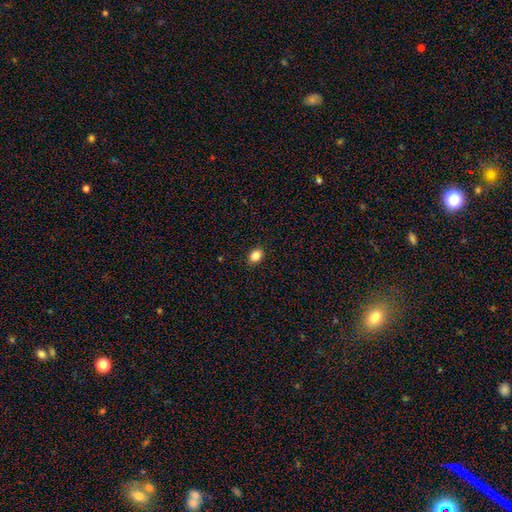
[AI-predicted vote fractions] Smooth or featured? smooth (86%)
How rounded? in between (67%)
Merging? none (89%)